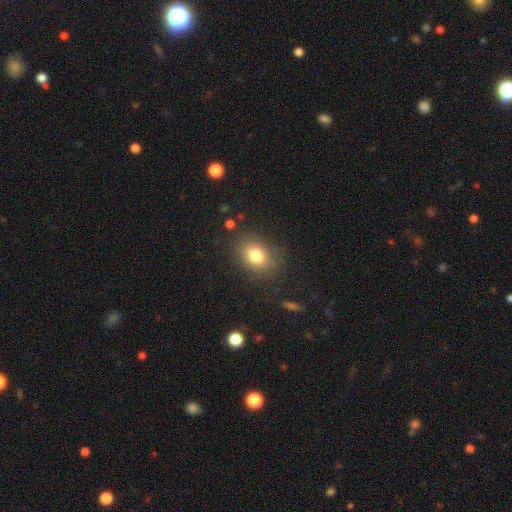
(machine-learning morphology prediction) type=smooth (79%); roundness=in between (61%); merging=none (81%).